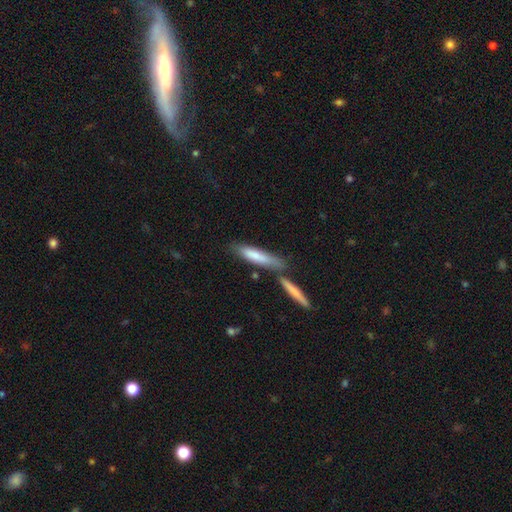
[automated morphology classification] smooth-or-featured: smooth: 74% | featured or disk: 21% | star or artifact: 5%
  how-rounded: cigar-shaped: 80% | in between: 18% | round: 1%
  merging: none: 58% | merger: 23% | minor disturbance: 15% | major disturbance: 4%